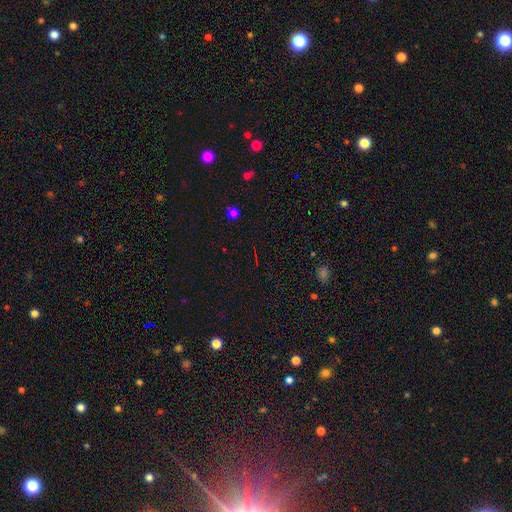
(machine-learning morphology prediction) This appears to be a star or artifact, not a galaxy (69%).